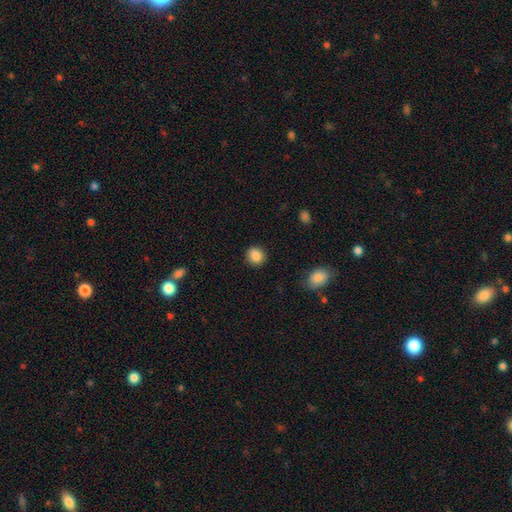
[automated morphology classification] Smooth or featured: smooth — 86% (star or artifact — 9%)
How rounded: round — 87% (in between — 12%)
Merging: none — 90% (minor disturbance — 7%)